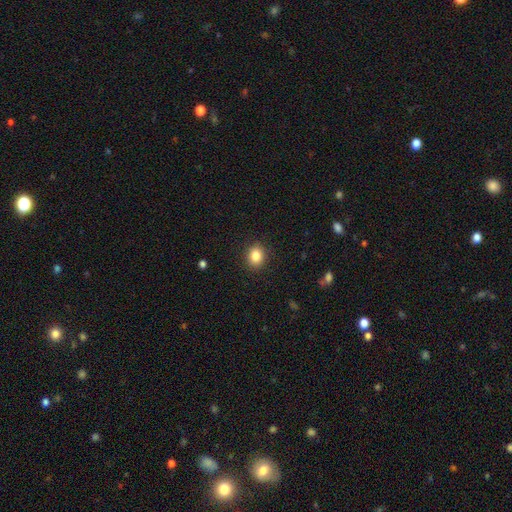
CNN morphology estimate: Smooth or featured? Predicted: smooth (p=0.85). How rounded? Predicted: round (p=0.62). Merging? Predicted: none (p=0.90).